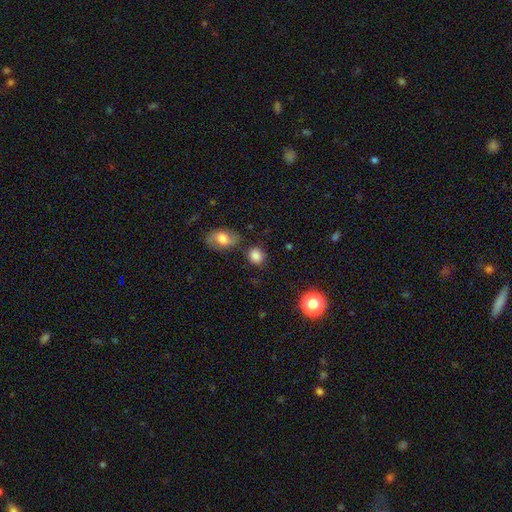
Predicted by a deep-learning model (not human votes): Q: Smooth or featured?
A: smooth (84%); runner-up: star or artifact (11%)
Q: How rounded?
A: round (77%); runner-up: in between (22%)
Q: Merging?
A: none (77%); runner-up: minor disturbance (13%)